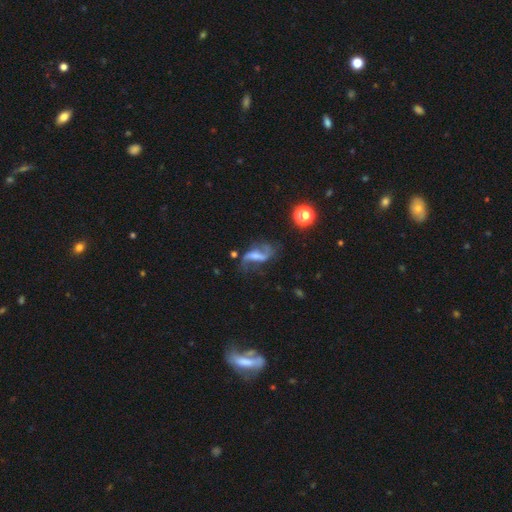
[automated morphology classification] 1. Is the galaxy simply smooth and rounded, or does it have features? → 77% featured or disk, 12% smooth, 11% star or artifact.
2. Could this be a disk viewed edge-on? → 95% no, 5% yes.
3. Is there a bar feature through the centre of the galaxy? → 42% weak, 32% strong, 26% no.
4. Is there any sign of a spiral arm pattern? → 89% yes, 11% no.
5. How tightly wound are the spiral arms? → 80% loose, 16% medium, 4% tight.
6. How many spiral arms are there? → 86% 2, 7% 1, 4% can't tell, 1% 3, 1% 4, 1% more than 4.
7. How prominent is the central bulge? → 41% none, 31% small, 21% moderate, 5% large, 2% dominant.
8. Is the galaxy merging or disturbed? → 54% none, 20% major disturbance, 19% minor disturbance, 7% merger.